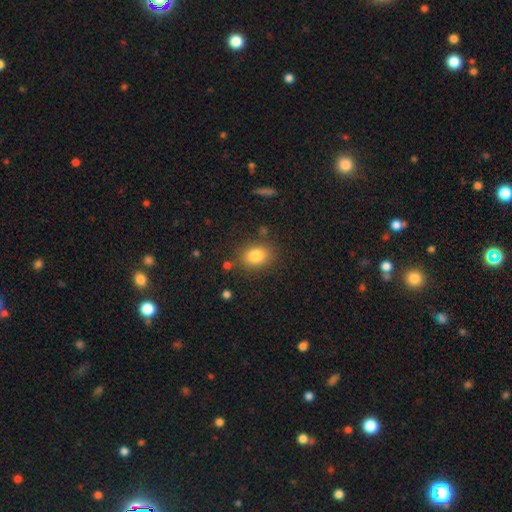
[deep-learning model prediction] This appears to be a smooth galaxy with no disk features (83%) that is in between round and cigar-shaped (65%). Merging: none (81%).